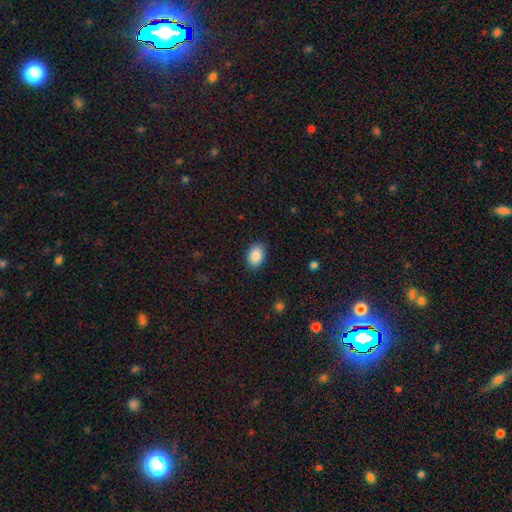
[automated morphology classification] type=smooth (89%); roundness=in between (87%); merging=none (88%).